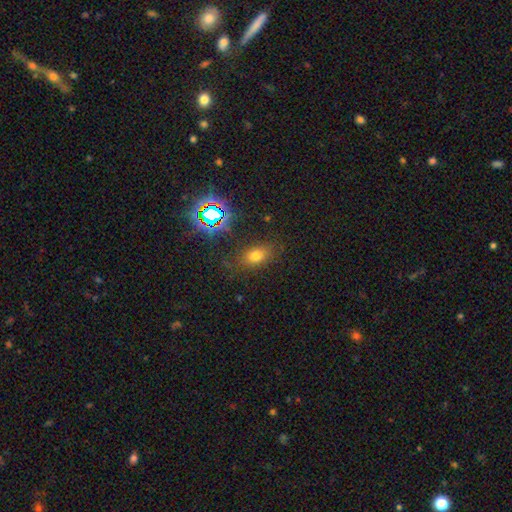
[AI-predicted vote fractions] Smooth or featured? smooth (66%)
How rounded? in between (80%)
Merging? none (79%)